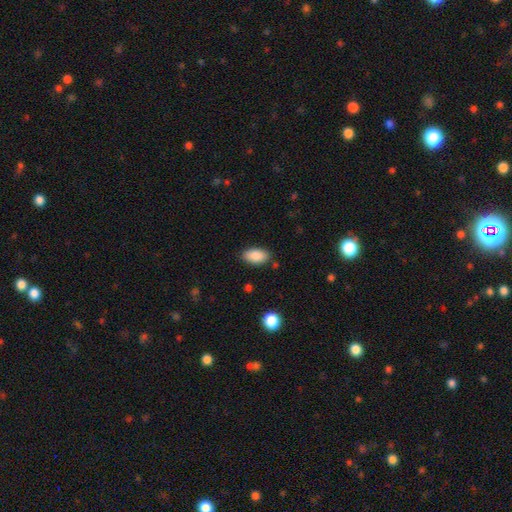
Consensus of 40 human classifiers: This appears to be a smooth galaxy with no disk features (88%) that is in between round and cigar-shaped (94%). Merging: none (84%).